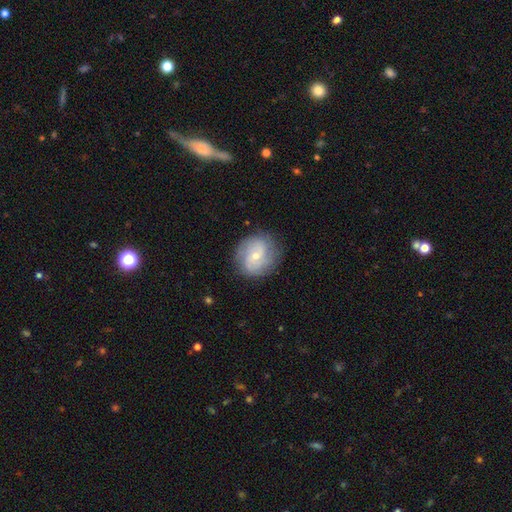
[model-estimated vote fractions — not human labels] smooth-or-featured: featured or disk: 60% | smooth: 32% | star or artifact: 7%
  disk-edge-on: no: 97% | yes: 3%
    bar: no: 56% | weak: 36% | strong: 7%
    has-spiral-arms: yes: 85% | no: 15%
    bulge-size: small: 63% | moderate: 33% | large: 2% | none: 2% | dominant: 1%
  merging: none: 79% | minor disturbance: 15% | major disturbance: 6% | merger: 1%